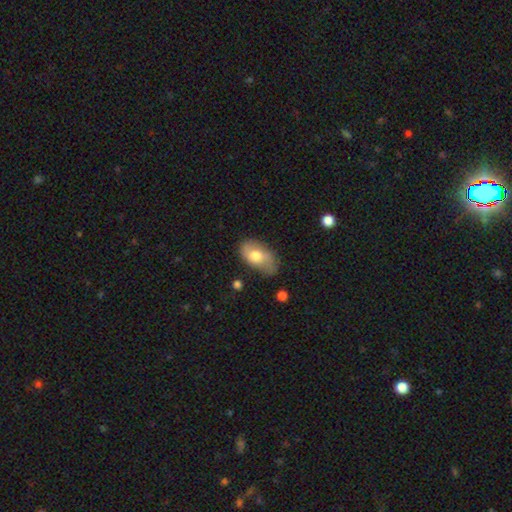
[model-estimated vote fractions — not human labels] Smooth or featured? Predicted: smooth (p=0.64). How rounded? Predicted: in between (p=0.92). Merging? Predicted: none (p=0.65).